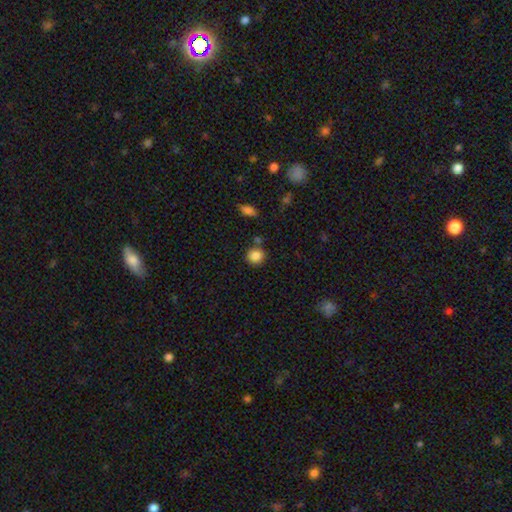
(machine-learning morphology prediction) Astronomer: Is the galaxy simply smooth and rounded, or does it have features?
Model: smooth — 86%.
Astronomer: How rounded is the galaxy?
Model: round — 87%.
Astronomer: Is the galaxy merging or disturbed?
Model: none — 77%.